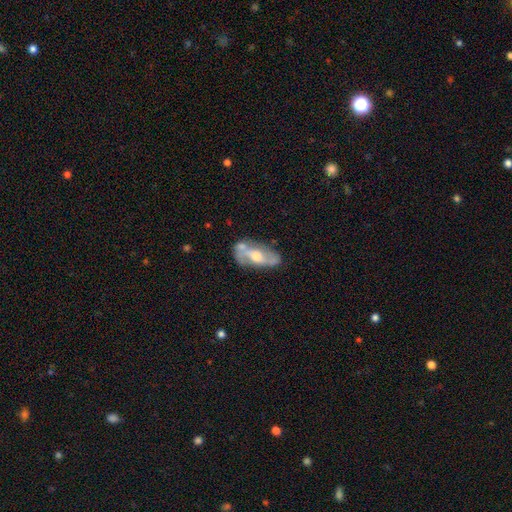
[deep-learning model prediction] A featured or disk galaxy (70%) with no bar (51%), spiral arms (68%) and a moderate central bulge (66%). Merging: none (55%).